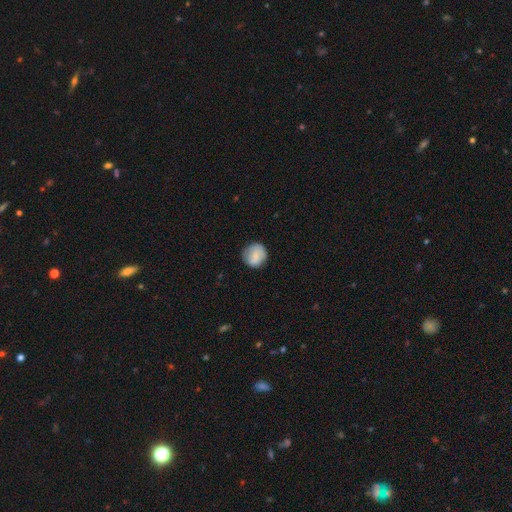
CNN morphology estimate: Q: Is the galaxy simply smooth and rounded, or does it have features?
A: smooth — 74%.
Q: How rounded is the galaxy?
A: round — 88%.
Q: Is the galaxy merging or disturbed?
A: none — 76%.